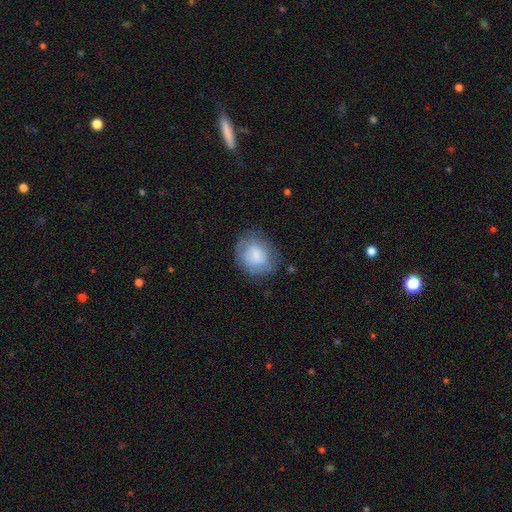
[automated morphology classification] A smooth galaxy with no disk features (73%) that is round (62%). Merging: none (67%).